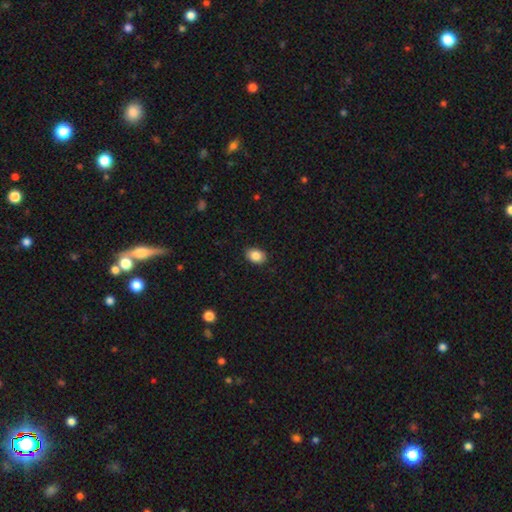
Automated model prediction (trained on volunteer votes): A smooth galaxy with no disk features (87%) that is in between round and cigar-shaped (74%).

Vote fractions:
- Smooth or featured? smooth: 87% / star or artifact: 8% / featured or disk: 5%
- How rounded? in between: 74% / round: 25% / cigar-shaped: 1%
- Merging? none: 88% / minor disturbance: 9% / major disturbance: 2% / merger: 1%